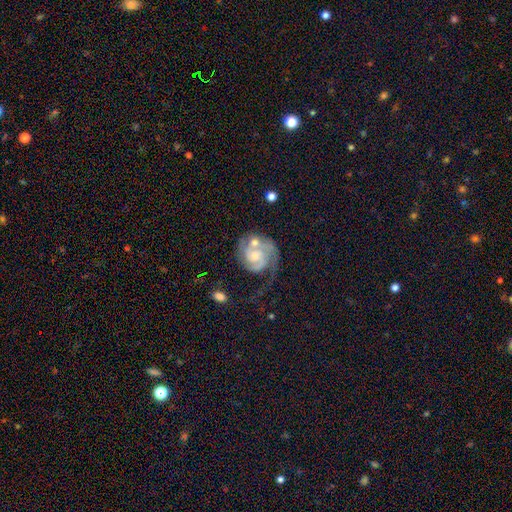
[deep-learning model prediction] Smooth or featured? Predicted: featured or disk (p=0.81). Edge-on disk? Predicted: no (p=0.98). Bar? Predicted: no (p=0.67). Spiral arms? Predicted: yes (p=0.94). Spiral winding? Predicted: tight (p=0.51). Spiral arm count? Predicted: 2 (p=0.48). Bulge size? Predicted: moderate (p=0.43). Merging? Predicted: none (p=0.38).